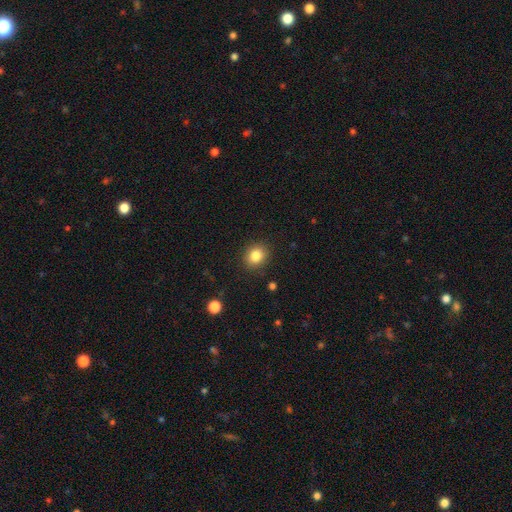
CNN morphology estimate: Smooth or featured: smooth — 83% (star or artifact — 11%)
How rounded: round — 75% (in between — 25%)
Merging: none — 89% (minor disturbance — 8%)